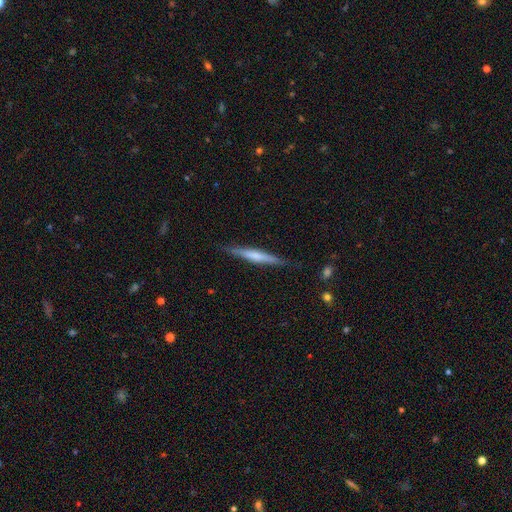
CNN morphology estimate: A featured or disk galaxy (48%).

Vote fractions:
- Smooth or featured? featured or disk: 48% / smooth: 47% / star or artifact: 6%
- Merging? none: 87% / minor disturbance: 10% / major disturbance: 2% / merger: 1%